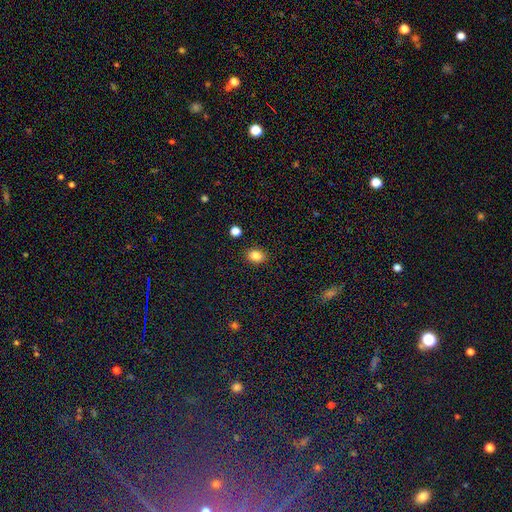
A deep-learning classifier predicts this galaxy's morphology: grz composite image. It shows a smooth galaxy with no disk features (85%) that is in between round and cigar-shaped (65%). Merging: none (88%).